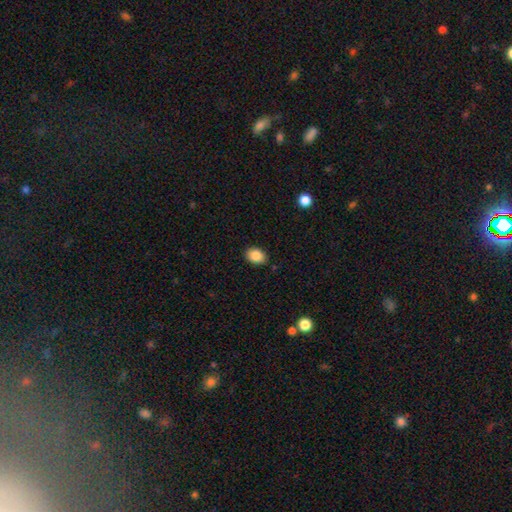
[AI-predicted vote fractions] smooth_or_featured: smooth (p=0.88) [alt: star or artifact p=0.08]
how_rounded: in between (p=0.73) [alt: round p=0.26]
merging: none (p=0.87) [alt: minor disturbance p=0.09]